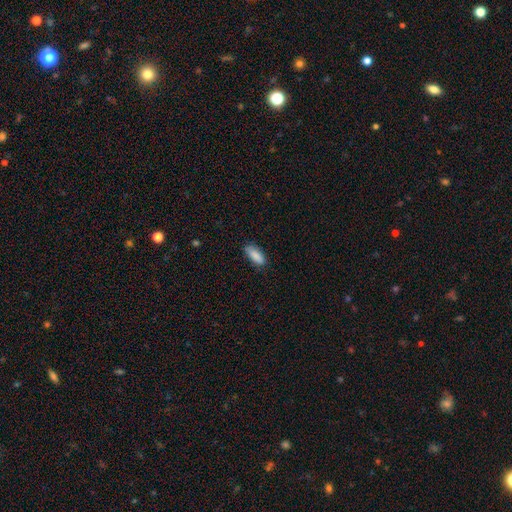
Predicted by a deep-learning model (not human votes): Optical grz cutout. It shows a smooth galaxy with no disk features (88%) that is in between round and cigar-shaped (78%). Merging: none (80%).